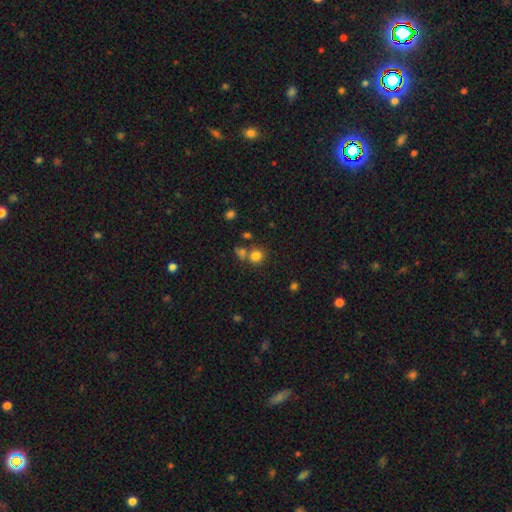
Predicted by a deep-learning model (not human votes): Smooth or featured? smooth (80%)
How rounded? round (87%)
Merging? none (64%)